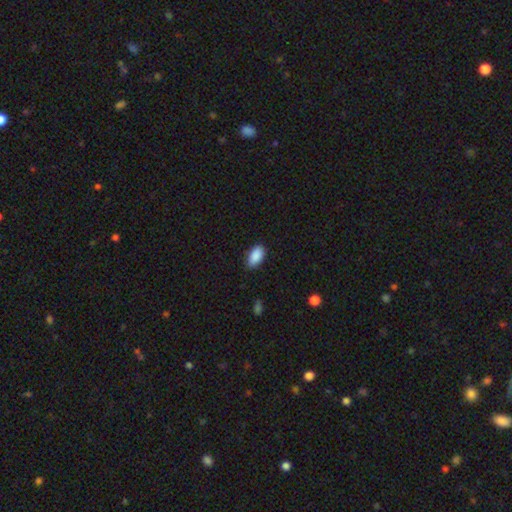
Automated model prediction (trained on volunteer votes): This appears to be a smooth galaxy with no disk features (90%) that is in between round and cigar-shaped (94%). Merging: none (83%).